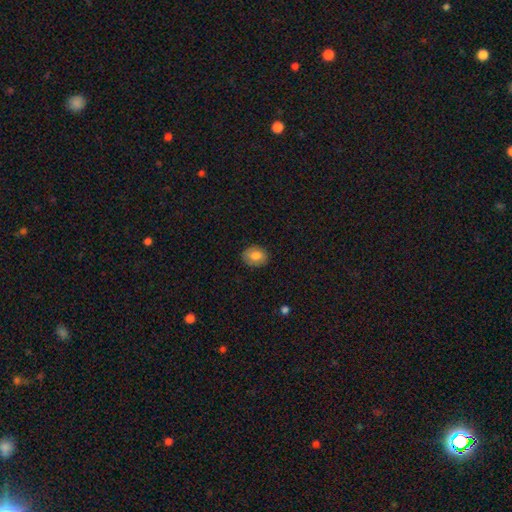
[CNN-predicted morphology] type=smooth (79%); roundness=in between (57%); merging=none (86%).